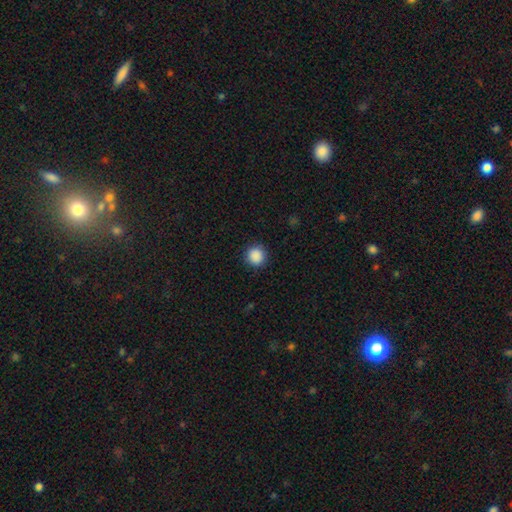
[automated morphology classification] A smooth galaxy with no disk features (89%) that is round (94%). Merging: none (91%).